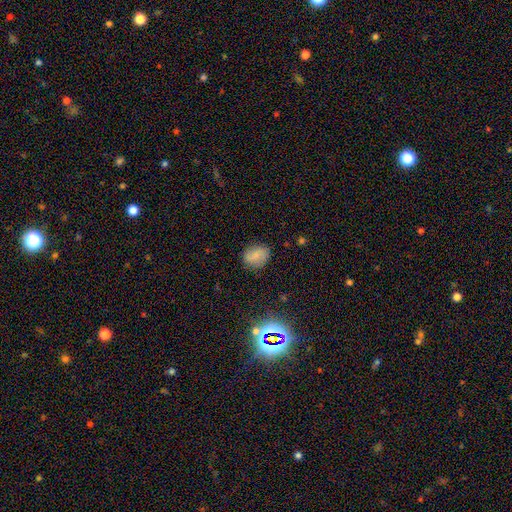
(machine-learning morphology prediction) smooth 74%, featured or disk 14%, star or artifact 11%. Down the decision tree: how rounded — in between (55%); merging — none (80%).